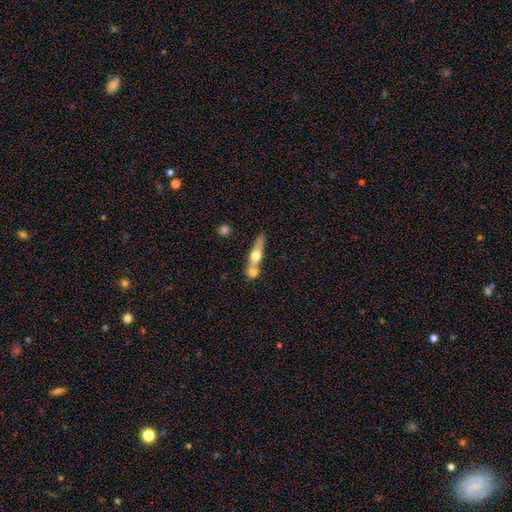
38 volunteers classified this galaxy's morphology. Overall: featured or disk (55%; smooth 37%). Edge-on disk: yes (81%). Edge-on bulge: rounded (94%). Merging: merger (51%; none 34%).